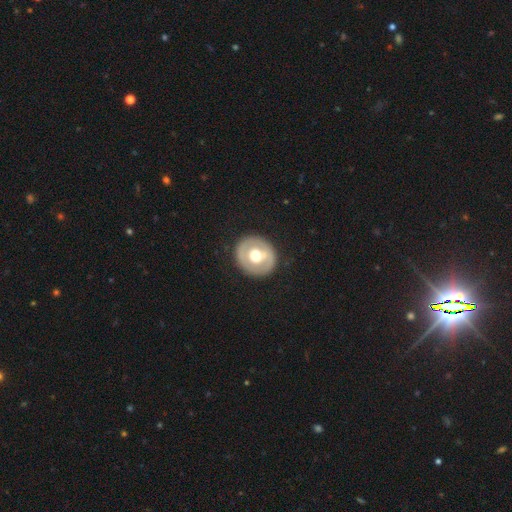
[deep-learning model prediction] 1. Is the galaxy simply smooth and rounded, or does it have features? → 48% smooth, 46% featured or disk, 6% star or artifact.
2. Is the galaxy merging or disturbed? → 87% none, 8% minor disturbance, 3% major disturbance, 1% merger.